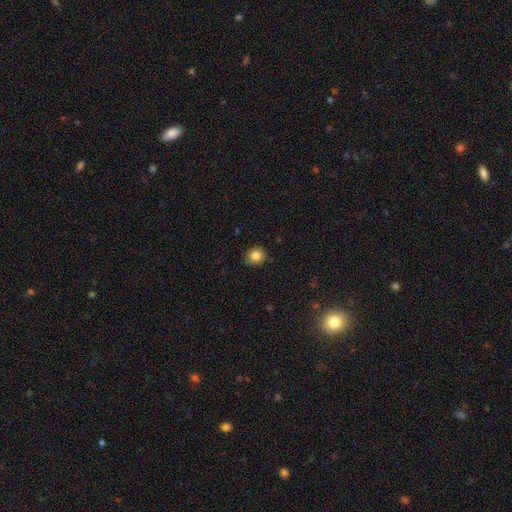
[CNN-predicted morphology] Smooth or featured?
  - smooth: 84% *
  - star or artifact: 10%
  - featured or disk: 6%
How rounded?
  - round: 83% *
  - in between: 16%
  - cigar-shaped: 1%
Merging?
  - none: 88% *
  - minor disturbance: 9%
  - major disturbance: 2%
  - merger: 1%